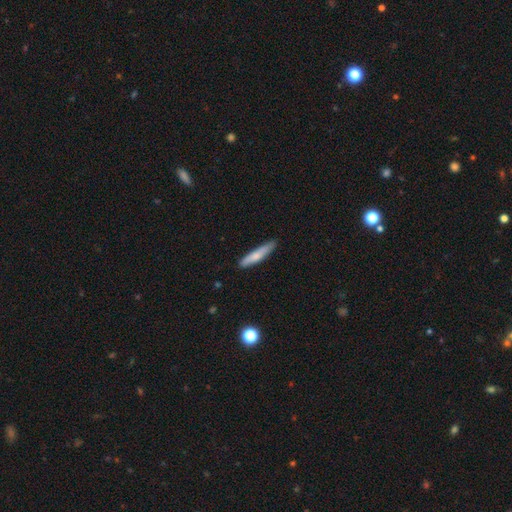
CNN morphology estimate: Smooth or featured? smooth (71%)
How rounded? cigar-shaped (88%)
Merging? none (84%)